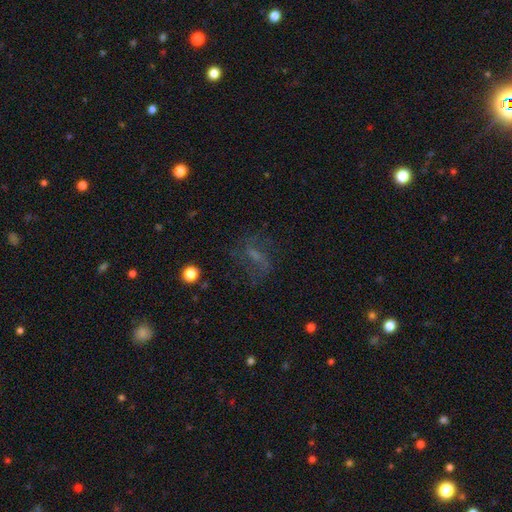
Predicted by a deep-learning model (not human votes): This is possibly a featured or disk galaxy (49%). Merging: likely none (61%).